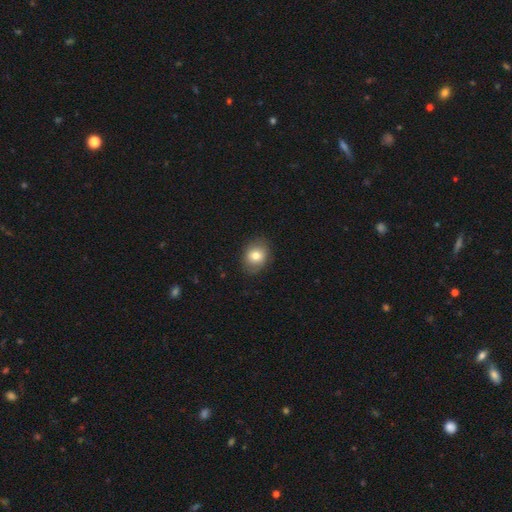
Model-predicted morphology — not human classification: smooth_or_featured: smooth (p=0.78) [alt: featured or disk p=0.13]
how_rounded: in between (p=0.53) [alt: round p=0.46]
merging: none (p=0.83) [alt: minor disturbance p=0.13]